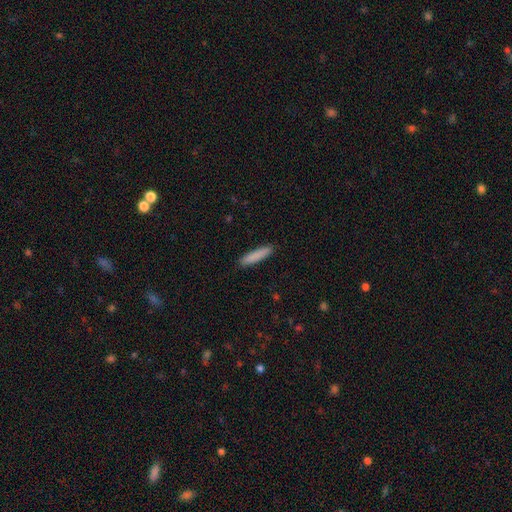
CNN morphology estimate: Smooth or featured? smooth (86%)
How rounded? cigar-shaped (88%)
Merging? none (90%)